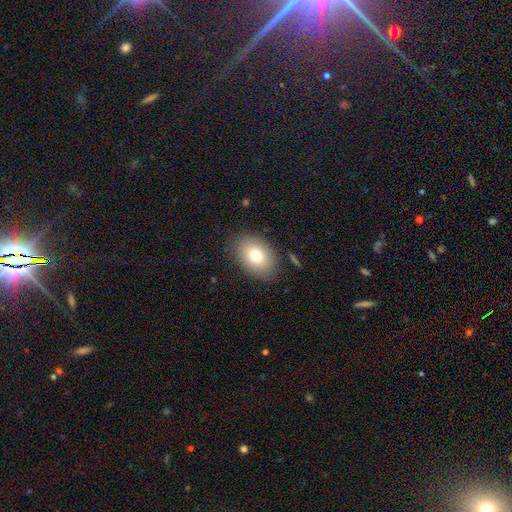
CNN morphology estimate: Q: Smooth or featured?
A: smooth (76%); runner-up: featured or disk (14%)
Q: How rounded?
A: in between (79%); runner-up: round (20%)
Q: Merging?
A: none (84%); runner-up: minor disturbance (11%)